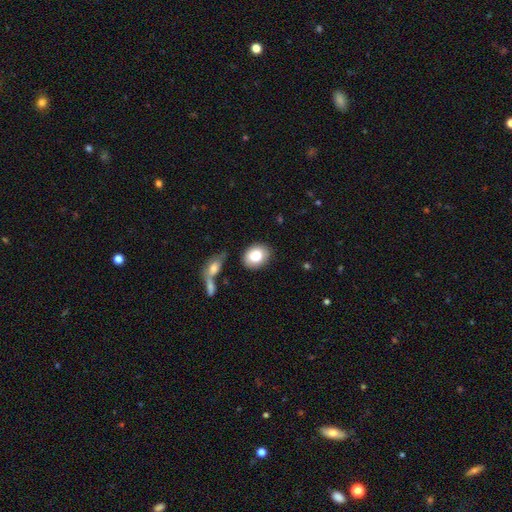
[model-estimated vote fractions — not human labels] A smooth galaxy with no disk features (81%) that is in between round and cigar-shaped (62%). Merging: none (77%).